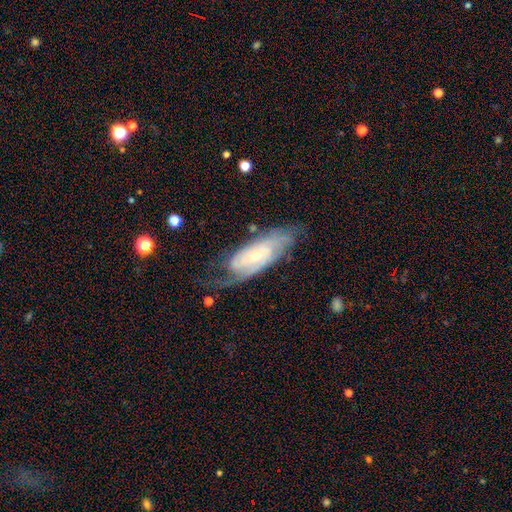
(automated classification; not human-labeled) Morphology: type=featured or disk (79%); edge-on=no (88%); bar=no (62%); spiral arms=yes (93%); winding=tight (57%); arm count=2 (39%); bulge=small (64%); merging=none (60%).